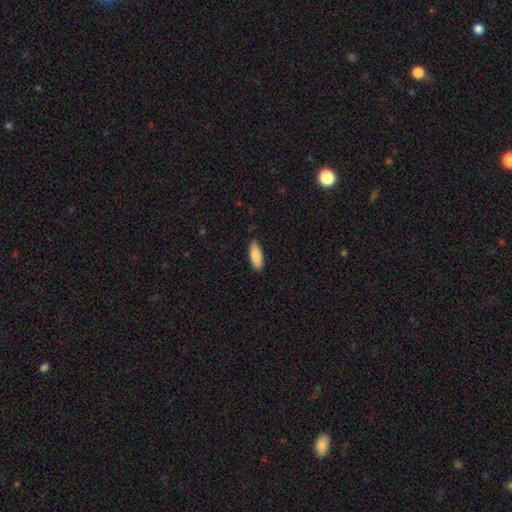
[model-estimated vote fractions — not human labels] smooth-or-featured: smooth: 87% | featured or disk: 7% | star or artifact: 6%
  how-rounded: in between: 72% | cigar-shaped: 26% | round: 2%
  merging: none: 84% | minor disturbance: 13% | major disturbance: 2% | merger: 1%